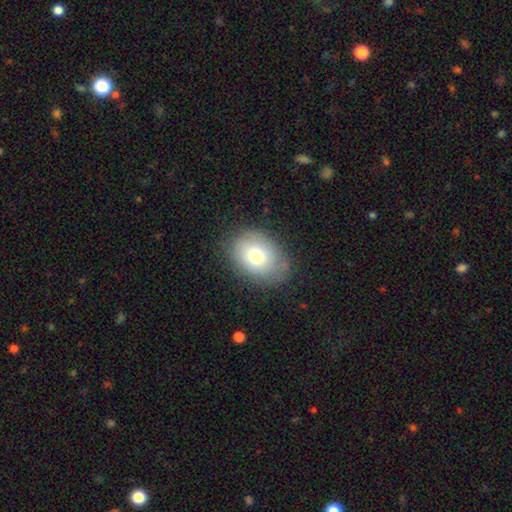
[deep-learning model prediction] smooth-or-featured: smooth: 78% | featured or disk: 14% | star or artifact: 8%
  how-rounded: in between: 72% | round: 27% | cigar-shaped: 1%
  merging: none: 75% | minor disturbance: 18% | major disturbance: 5% | merger: 1%